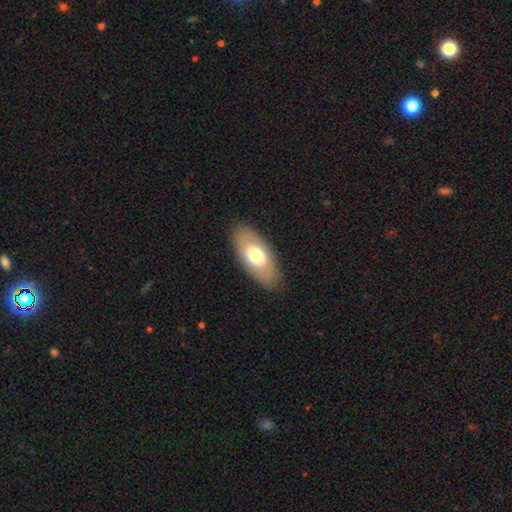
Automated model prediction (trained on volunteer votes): smooth_or_featured: smooth (p=0.66) [alt: featured or disk p=0.28]
how_rounded: in between (p=0.91) [alt: cigar-shaped p=0.06]
merging: none (p=0.86) [alt: minor disturbance p=0.10]